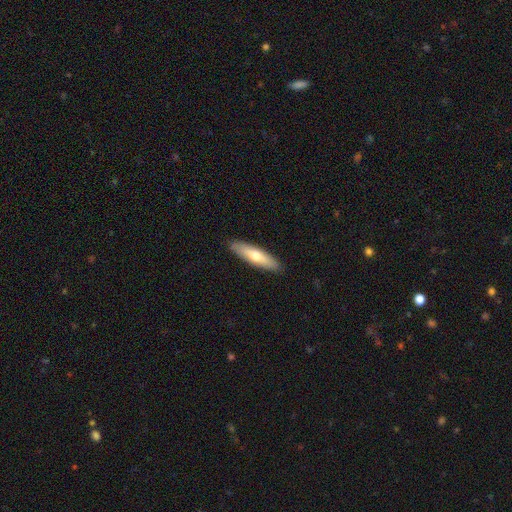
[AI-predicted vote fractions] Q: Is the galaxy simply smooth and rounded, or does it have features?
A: smooth — 60%.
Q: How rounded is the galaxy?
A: cigar-shaped — 70%.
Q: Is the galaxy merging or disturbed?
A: none — 90%.